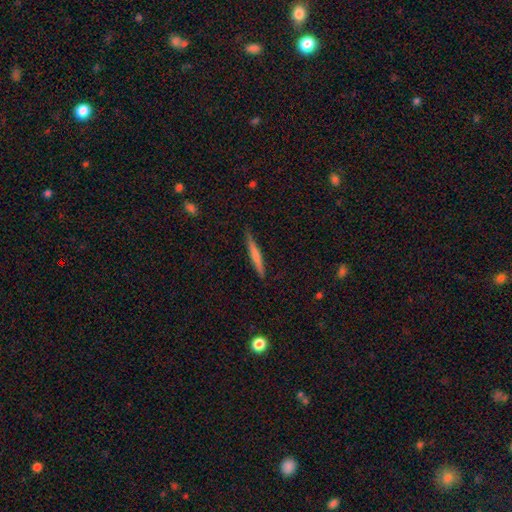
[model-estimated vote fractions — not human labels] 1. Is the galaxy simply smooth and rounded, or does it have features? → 55% smooth, 39% featured or disk, 6% star or artifact.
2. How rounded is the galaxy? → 95% cigar-shaped, 4% in between, 2% round.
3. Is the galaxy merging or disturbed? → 86% none, 11% minor disturbance, 2% major disturbance, 1% merger.